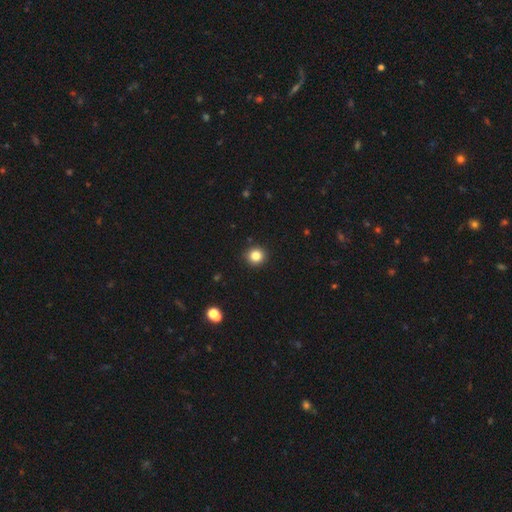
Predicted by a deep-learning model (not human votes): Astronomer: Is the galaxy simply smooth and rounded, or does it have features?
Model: smooth — 84%.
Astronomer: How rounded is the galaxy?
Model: round — 93%.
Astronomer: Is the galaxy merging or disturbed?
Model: none — 92%.